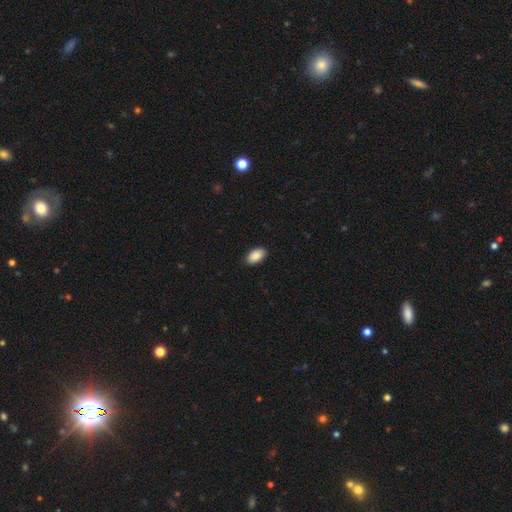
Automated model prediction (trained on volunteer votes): Overall: smooth (89%). How rounded: in between (95%). Merging: none (89%).